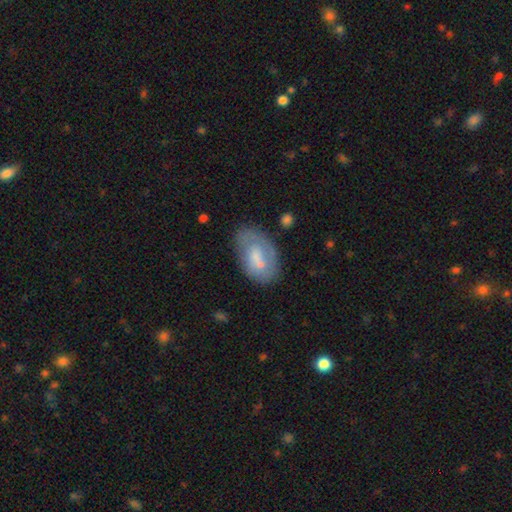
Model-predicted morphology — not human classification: The model was most divided on "smooth or featured": smooth: 50%, featured or disk: 43%, star or artifact: 7%. More confident: merging — none (57%).